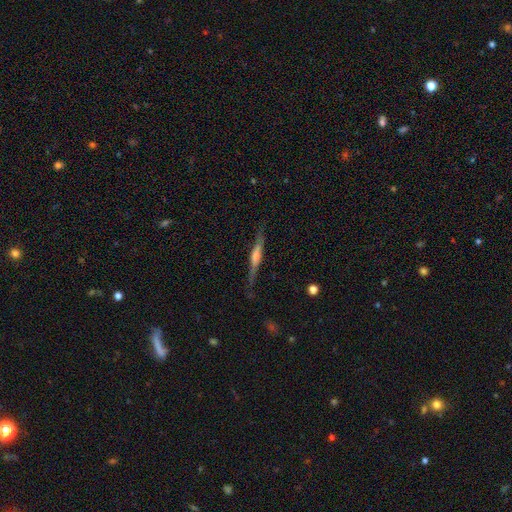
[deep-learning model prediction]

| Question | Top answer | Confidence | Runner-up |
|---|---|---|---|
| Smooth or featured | featured or disk | 64% | smooth (30%) |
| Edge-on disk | yes | 95% | no (5%) |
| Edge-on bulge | rounded | 53% | boxy (30%) |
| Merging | none | 77% | minor disturbance (16%) |